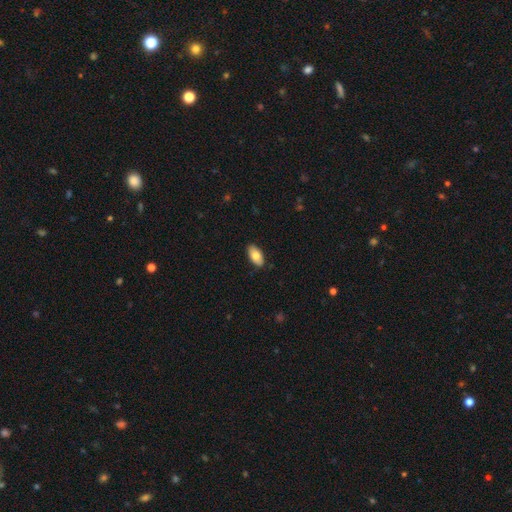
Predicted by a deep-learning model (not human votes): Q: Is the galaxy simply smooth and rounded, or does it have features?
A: smooth — 81%.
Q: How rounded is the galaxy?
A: in between — 94%.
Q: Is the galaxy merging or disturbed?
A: none — 88%.